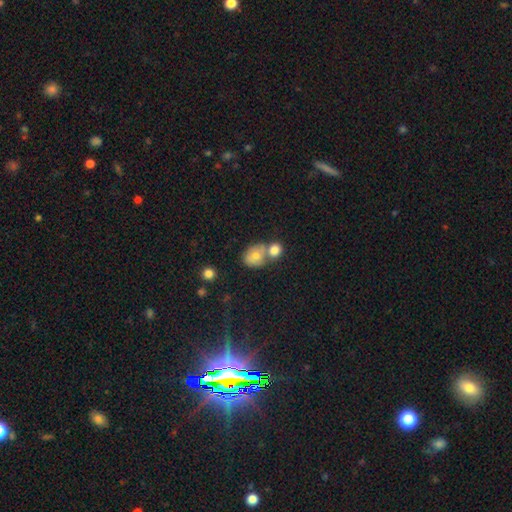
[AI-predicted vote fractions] This appears to be a smooth galaxy with no disk features (69%) that is round (60%). Merging: merger (49%).